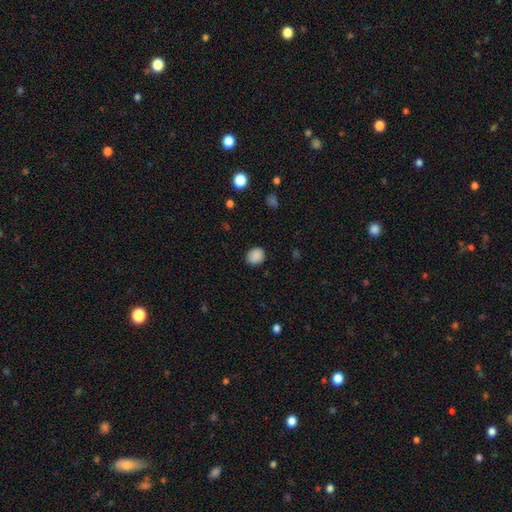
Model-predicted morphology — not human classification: Q: Smooth or featured?
A: smooth (88%); runner-up: star or artifact (9%)
Q: How rounded?
A: round (57%); runner-up: in between (42%)
Q: Merging?
A: none (86%); runner-up: minor disturbance (10%)